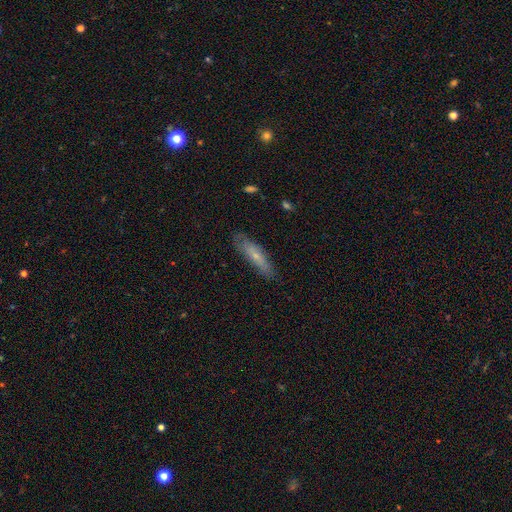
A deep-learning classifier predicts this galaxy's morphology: Q: Smooth or featured?
A: smooth (55%); runner-up: featured or disk (38%)
Q: How rounded?
A: cigar-shaped (72%); runner-up: in between (26%)
Q: Merging?
A: none (76%); runner-up: minor disturbance (18%)